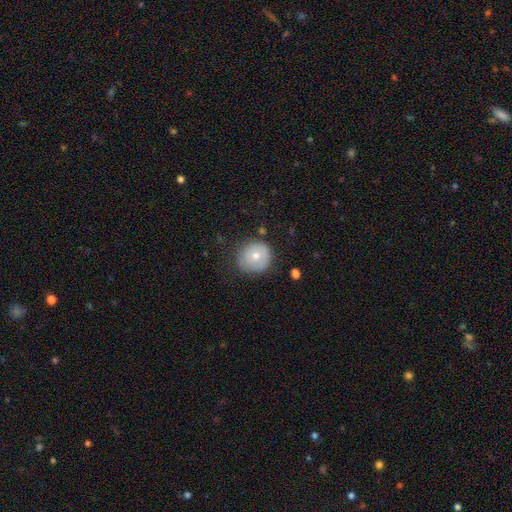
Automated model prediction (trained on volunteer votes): smooth 68%, featured or disk 24%, star or artifact 9%. Down the decision tree: how rounded — round (91%); merging — none (71%).